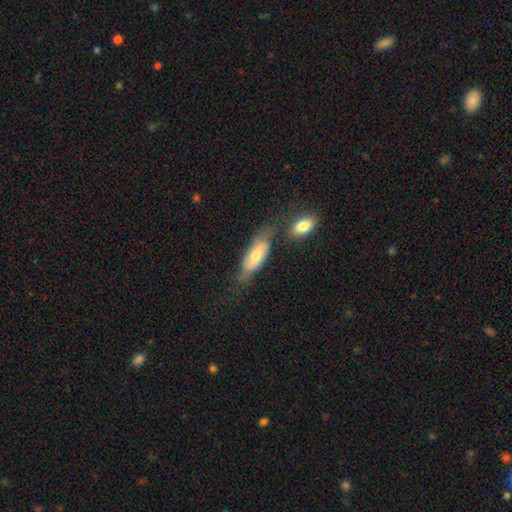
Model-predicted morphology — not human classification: Smooth or featured? Predicted: smooth (p=0.46, tied with featured or disk). Merging? Predicted: none (p=0.49).